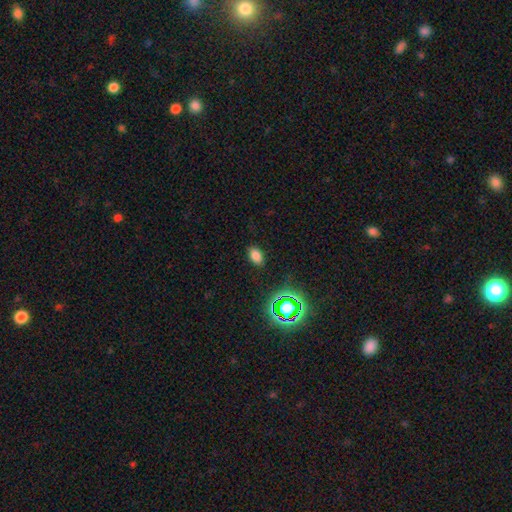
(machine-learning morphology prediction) smooth-or-featured: smooth: 75% | star or artifact: 19% | featured or disk: 6%
  how-rounded: in between: 87% | round: 11% | cigar-shaped: 2%
  merging: none: 87% | minor disturbance: 9% | major disturbance: 3% | merger: 1%